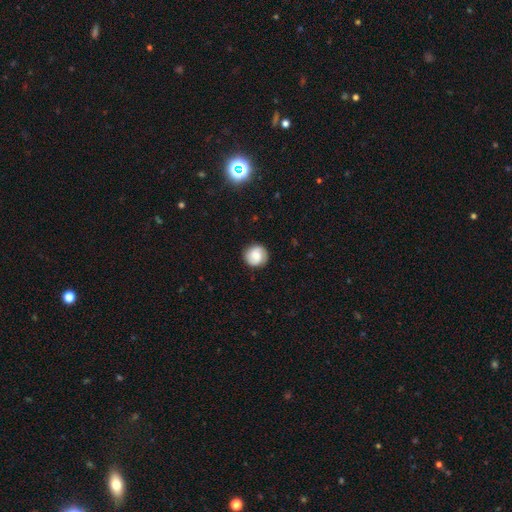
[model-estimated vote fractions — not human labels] This appears to be a smooth galaxy with no disk features (57%) that is round (92%). Merging: none (87%).